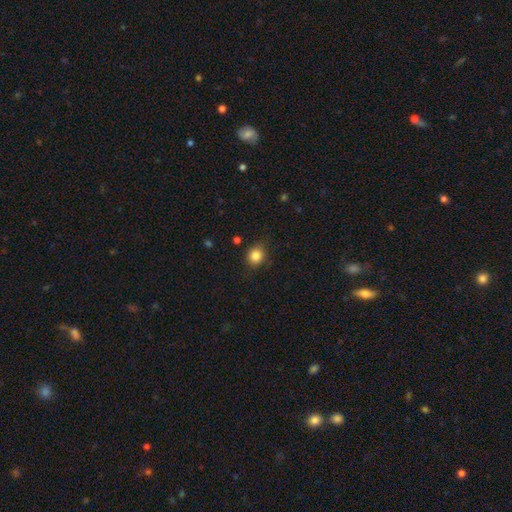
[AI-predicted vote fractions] Smooth or featured? Predicted: smooth (p=0.84). How rounded? Predicted: round (p=0.80). Merging? Predicted: none (p=0.83).